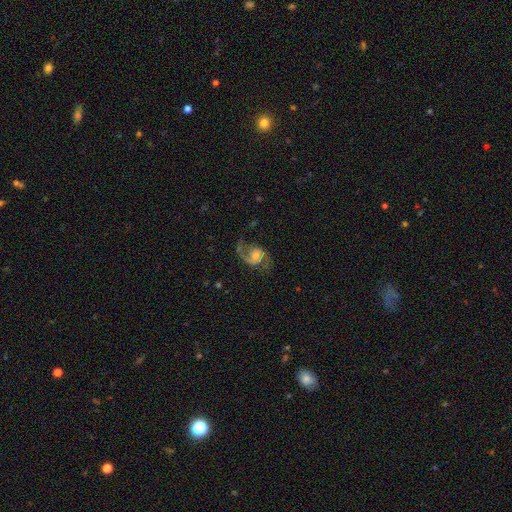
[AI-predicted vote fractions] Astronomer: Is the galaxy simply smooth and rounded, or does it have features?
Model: featured or disk — 87%.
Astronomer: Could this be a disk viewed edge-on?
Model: no — 98%.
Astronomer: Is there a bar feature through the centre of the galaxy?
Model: no — 62%.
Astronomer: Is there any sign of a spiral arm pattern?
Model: yes — 97%.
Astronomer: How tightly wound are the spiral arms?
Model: medium — 48% (runner-up: loose, 41%).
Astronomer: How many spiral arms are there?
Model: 2 — 90%.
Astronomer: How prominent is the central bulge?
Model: moderate — 49% (runner-up: small, 40%).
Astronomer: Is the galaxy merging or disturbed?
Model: none — 71%.